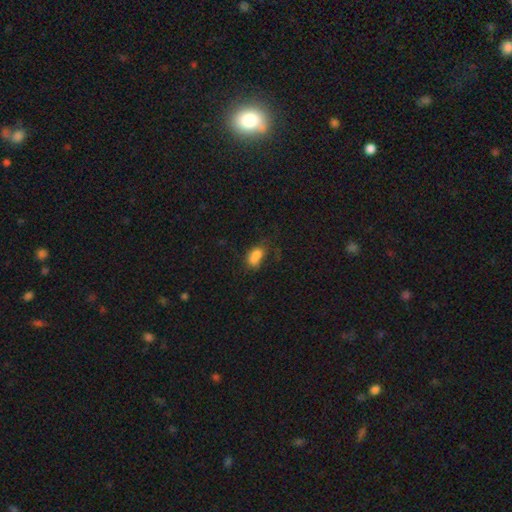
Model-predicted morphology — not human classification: Q: Smooth or featured?
A: smooth (78%); runner-up: star or artifact (12%)
Q: How rounded?
A: in between (86%); runner-up: round (10%)
Q: Merging?
A: none (42%); runner-up: minor disturbance (28%)